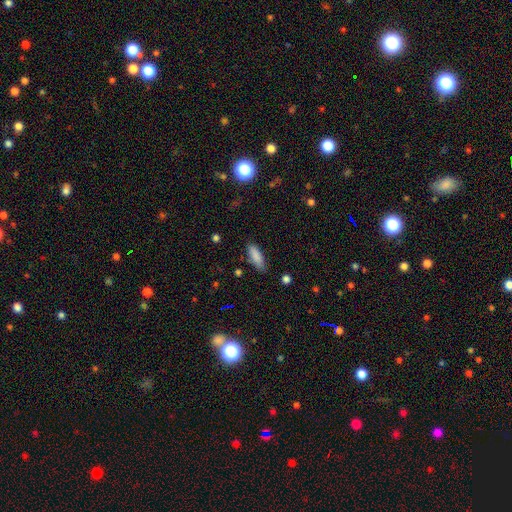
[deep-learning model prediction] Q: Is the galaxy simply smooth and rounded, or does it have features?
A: smooth — 86%.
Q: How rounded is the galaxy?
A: in between — 59%.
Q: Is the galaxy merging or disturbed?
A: none — 77%.